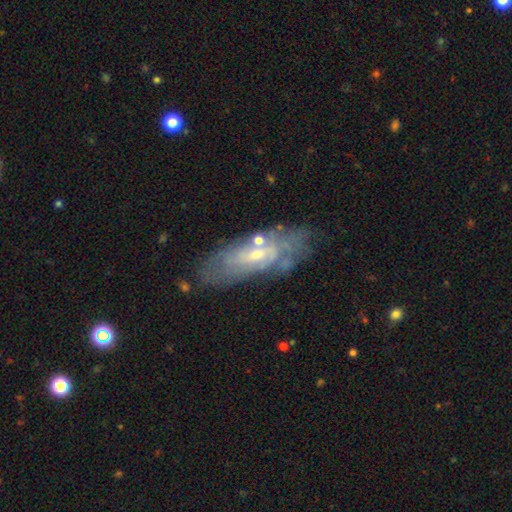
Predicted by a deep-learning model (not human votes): A featured or disk galaxy (67%) with no bar (50%), spiral arms (63%) and a small central bulge (58%).

Vote fractions:
- Smooth or featured? featured or disk: 67% / smooth: 25% / star or artifact: 8%
- Edge-on disk? no: 81% / yes: 19%
- Bar? no: 50% / weak: 39% / strong: 11%
- Spiral arms? yes: 63% / no: 37%
- Bulge size? small: 58% / moderate: 35% / none: 4% / large: 2% / dominant: 1%
- Merging? none: 69% / minor disturbance: 19% / major disturbance: 7% / merger: 5%